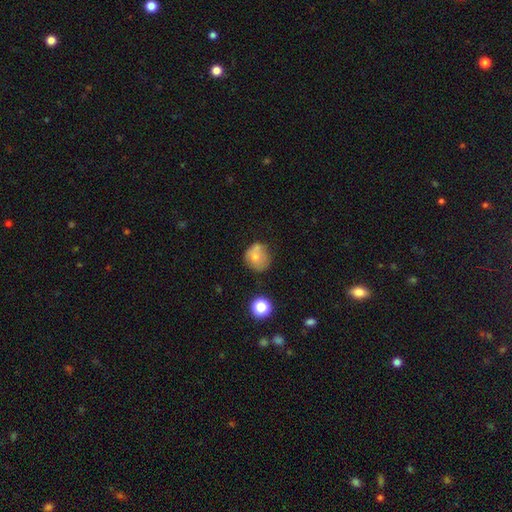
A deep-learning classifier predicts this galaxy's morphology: Q: Smooth or featured?
A: smooth (69%); runner-up: featured or disk (20%)
Q: How rounded?
A: round (80%); runner-up: in between (19%)
Q: Merging?
A: none (52%); runner-up: minor disturbance (25%)